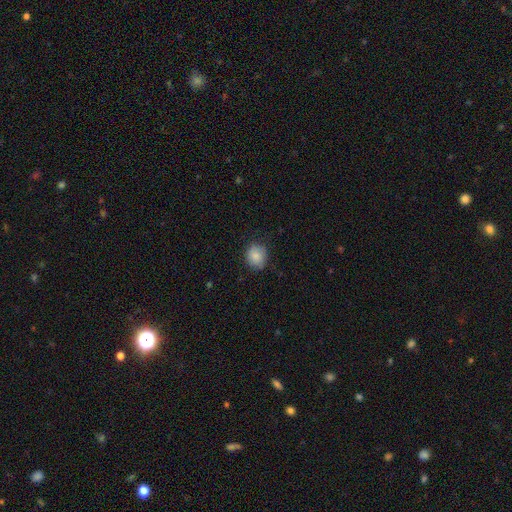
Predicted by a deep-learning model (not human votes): This appears to be a smooth galaxy with no disk features (86%) that is round (71%). Merging: none (78%).